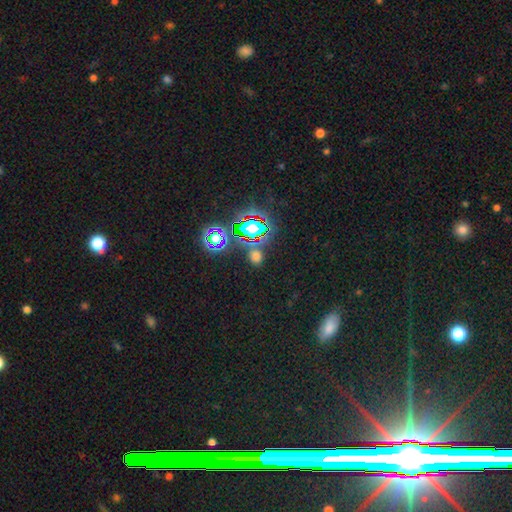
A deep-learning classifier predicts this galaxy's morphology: A star or artifact, not a galaxy (47%, tied with smooth).